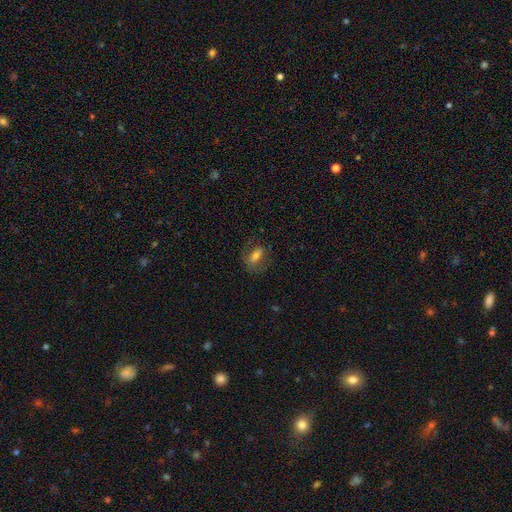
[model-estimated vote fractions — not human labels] Smooth or featured?
  - smooth: 62% *
  - featured or disk: 27%
  - star or artifact: 11%
How rounded?
  - in between: 74% *
  - cigar-shaped: 16%
  - round: 10%
Merging?
  - none: 68% *
  - minor disturbance: 19%
  - major disturbance: 12%
  - merger: 1%